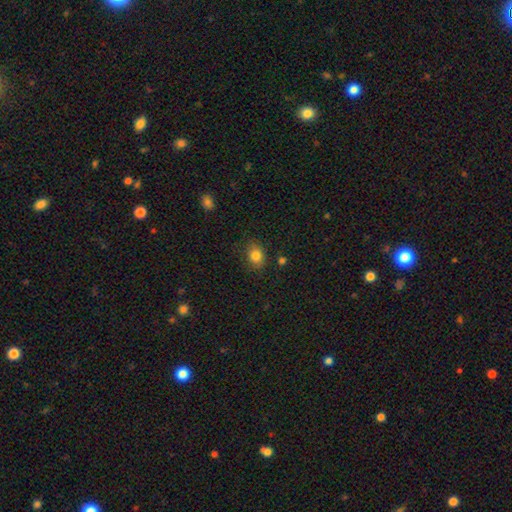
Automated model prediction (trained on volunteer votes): Smooth or featured? smooth (82%)
How rounded? in between (59%)
Merging? none (80%)